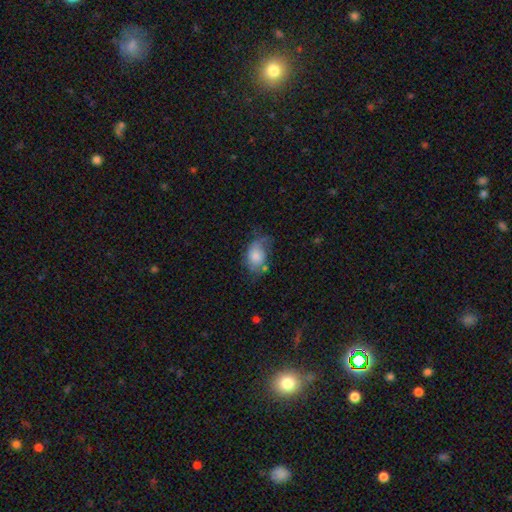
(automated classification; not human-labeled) Q: Smooth or featured?
A: smooth (72%); runner-up: featured or disk (20%)
Q: How rounded?
A: in between (79%); runner-up: round (20%)
Q: Merging?
A: none (41%); runner-up: minor disturbance (34%)